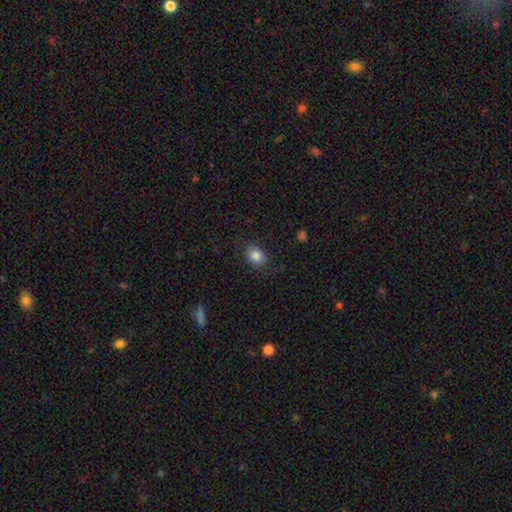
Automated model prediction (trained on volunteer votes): Smooth or featured? Predicted: smooth (p=0.84). How rounded? Predicted: in between (p=0.55). Merging? Predicted: none (p=0.80).